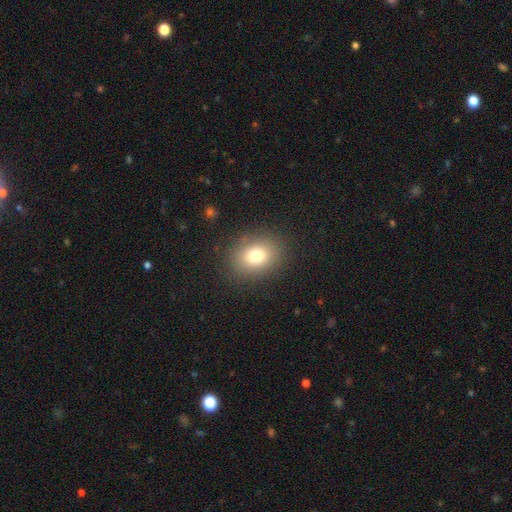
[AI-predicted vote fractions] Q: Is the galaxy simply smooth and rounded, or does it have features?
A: smooth — 77%.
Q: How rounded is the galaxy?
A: round — 52%.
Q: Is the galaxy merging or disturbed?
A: none — 86%.